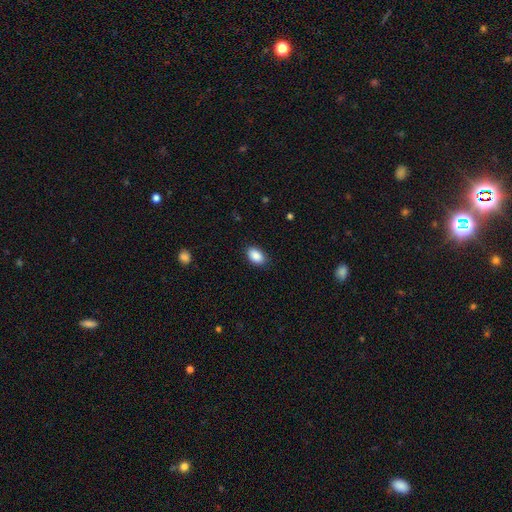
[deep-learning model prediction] A smooth galaxy with no disk features (89%) that is in between round and cigar-shaped (90%).

Vote fractions:
- Smooth or featured? smooth: 89% / star or artifact: 7% / featured or disk: 3%
- How rounded? in between: 90% / round: 9% / cigar-shaped: 1%
- Merging? none: 86% / minor disturbance: 10% / major disturbance: 2% / merger: 1%